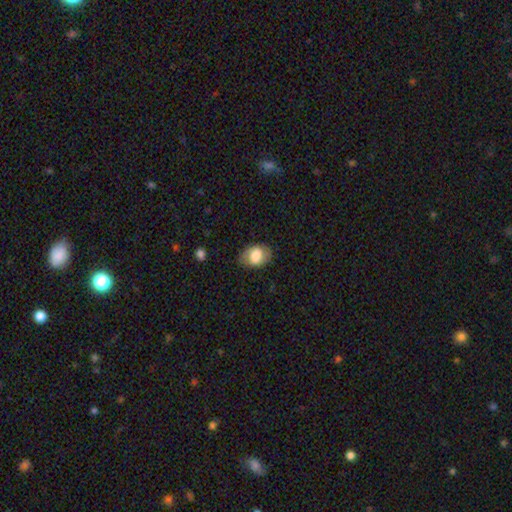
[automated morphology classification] smooth_or_featured: smooth (p=0.67) [alt: featured or disk p=0.26]
how_rounded: in between (p=0.74) [alt: round p=0.25]
merging: none (p=0.74) [alt: minor disturbance p=0.19]